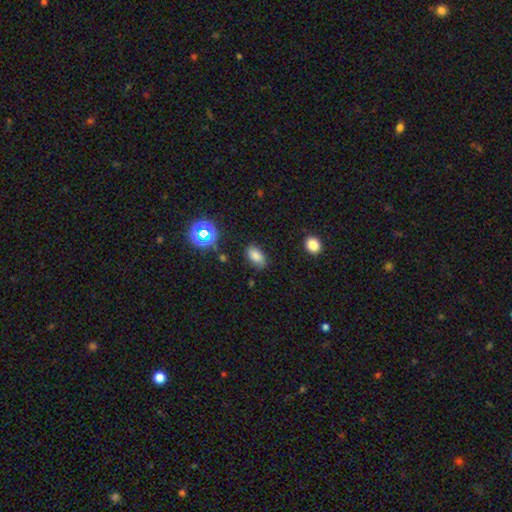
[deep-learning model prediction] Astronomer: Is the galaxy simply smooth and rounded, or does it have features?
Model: smooth — 78%.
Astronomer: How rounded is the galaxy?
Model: in between — 89%.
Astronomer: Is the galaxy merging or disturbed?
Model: none — 78%.